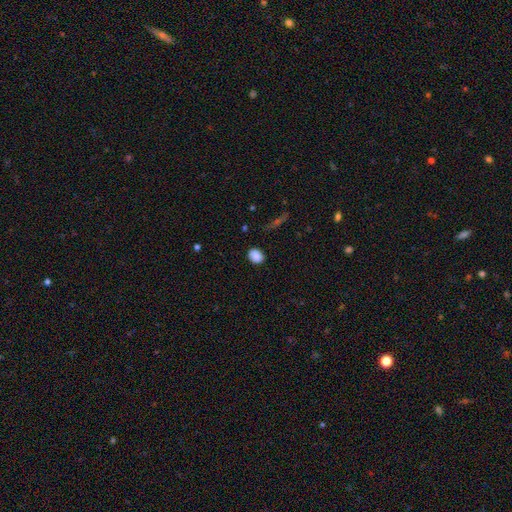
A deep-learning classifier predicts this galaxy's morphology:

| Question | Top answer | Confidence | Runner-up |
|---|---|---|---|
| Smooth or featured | smooth | 87% | star or artifact (9%) |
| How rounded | in between | 55% | round (43%) |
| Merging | none | 86% | minor disturbance (10%) |